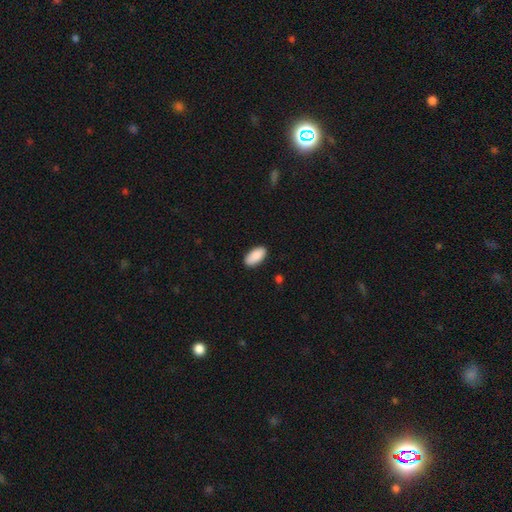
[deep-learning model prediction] The model was most divided on "merging": none: 87%, minor disturbance: 10%, major disturbance: 2%, merger: 1%. More confident: how rounded — in between (94%); smooth or featured — smooth (90%).